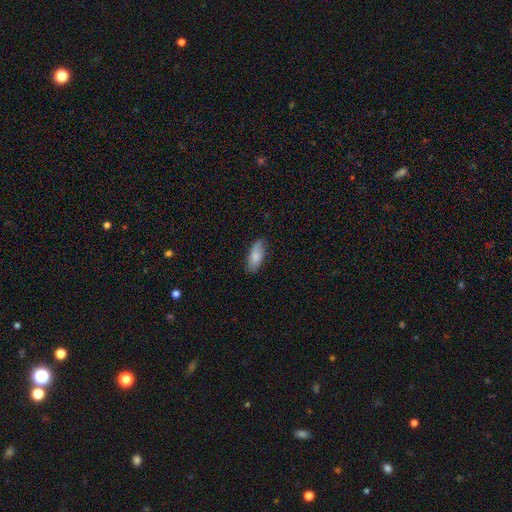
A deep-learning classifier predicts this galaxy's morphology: smooth-or-featured: smooth: 78% | featured or disk: 16% | star or artifact: 6%
  how-rounded: in between: 85% | cigar-shaped: 13% | round: 2%
  merging: none: 77% | minor disturbance: 19% | major disturbance: 3% | merger: 1%